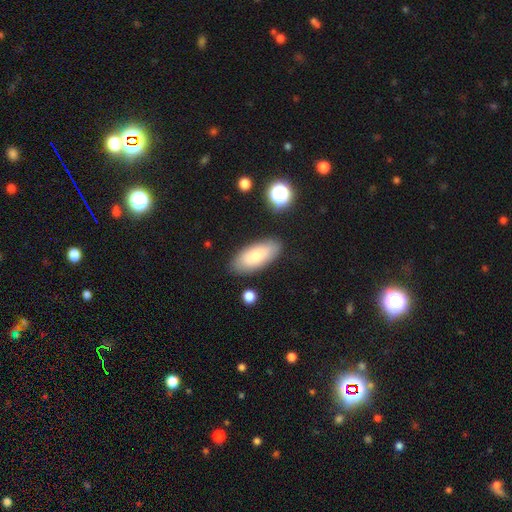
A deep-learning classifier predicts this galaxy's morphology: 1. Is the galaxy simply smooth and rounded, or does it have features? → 75% smooth, 18% featured or disk, 7% star or artifact.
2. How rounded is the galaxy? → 87% in between, 11% cigar-shaped, 2% round.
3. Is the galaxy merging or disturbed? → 82% none, 12% minor disturbance, 3% major disturbance, 3% merger.